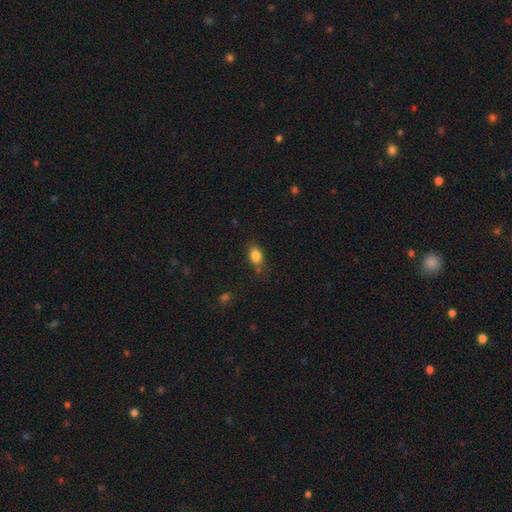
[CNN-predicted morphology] smooth-or-featured: smooth: 84% | star or artifact: 10% | featured or disk: 6%
  how-rounded: in between: 74% | round: 24% | cigar-shaped: 2%
  merging: none: 72% | minor disturbance: 20% | major disturbance: 5% | merger: 3%